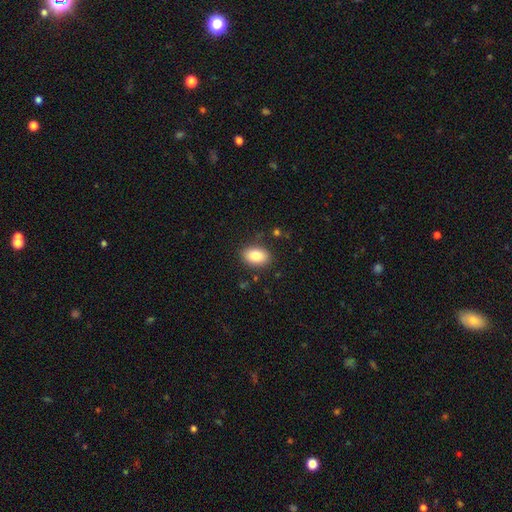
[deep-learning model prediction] Overall: smooth (85%). How rounded: in between (85%). Merging: none (86%).